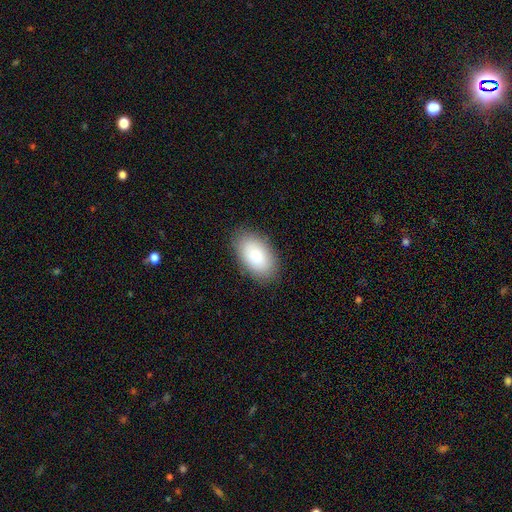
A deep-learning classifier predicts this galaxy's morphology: This appears to be a smooth galaxy with no disk features (85%) that is in between round and cigar-shaped (94%). Merging: none (86%).